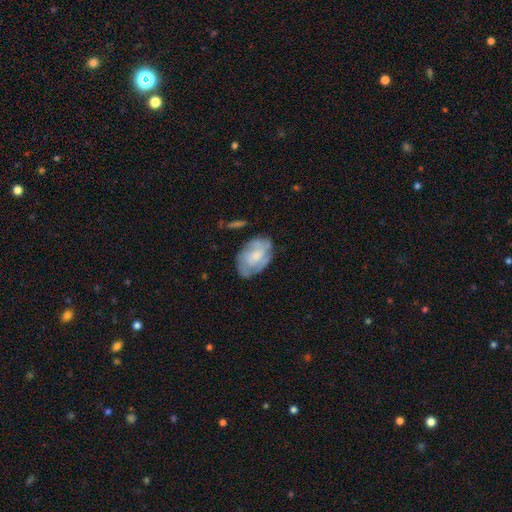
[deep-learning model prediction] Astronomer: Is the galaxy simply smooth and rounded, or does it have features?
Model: featured or disk — 50% (runner-up: smooth, 43%).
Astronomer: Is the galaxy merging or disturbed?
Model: none — 63%.